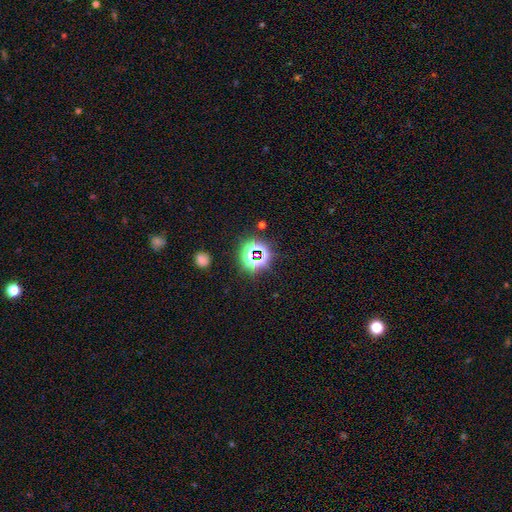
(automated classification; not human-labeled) Smooth or featured?
  - star or artifact: 73% *
  - smooth: 18%
  - featured or disk: 9%